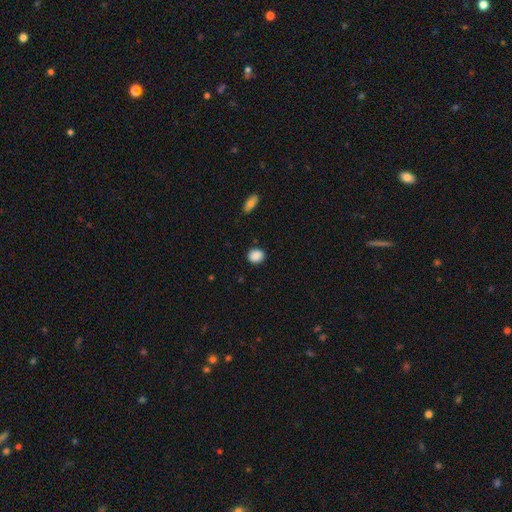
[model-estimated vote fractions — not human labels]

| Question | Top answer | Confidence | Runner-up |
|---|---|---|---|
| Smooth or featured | smooth | 89% | star or artifact (8%) |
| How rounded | round | 70% | in between (29%) |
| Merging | none | 87% | minor disturbance (9%) |